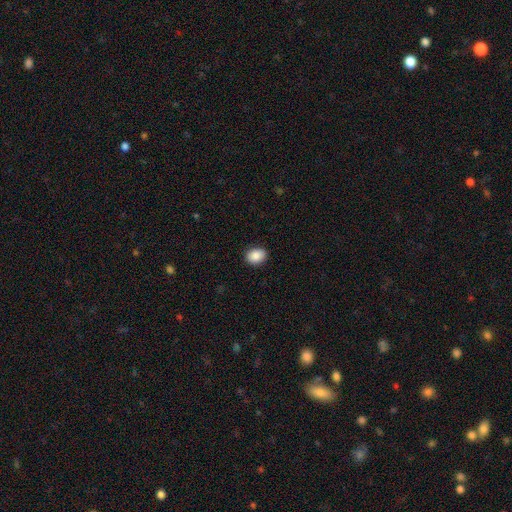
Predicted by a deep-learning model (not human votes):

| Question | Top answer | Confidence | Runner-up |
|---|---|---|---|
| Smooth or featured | smooth | 87% | star or artifact (8%) |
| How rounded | in between | 57% | round (42%) |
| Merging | none | 90% | minor disturbance (8%) |